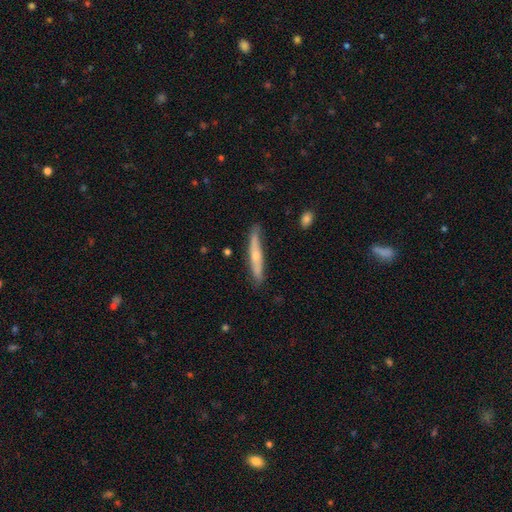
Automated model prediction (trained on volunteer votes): Smooth or featured: featured or disk — 54% (smooth — 40%)
Edge-on disk: yes — 90% (no — 10%)
Merging: none — 82% (minor disturbance — 15%)